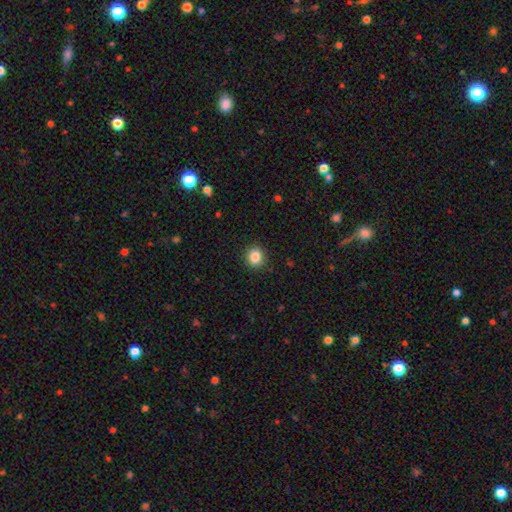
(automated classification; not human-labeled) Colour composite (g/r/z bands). It shows a smooth galaxy with no disk features (86%) that is round (73%). Merging: none (89%).